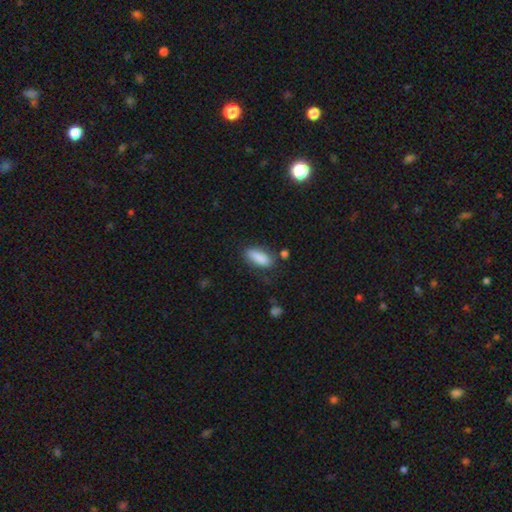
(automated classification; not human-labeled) Smooth or featured?
  - smooth: 86% *
  - star or artifact: 8%
  - featured or disk: 6%
How rounded?
  - in between: 66% *
  - cigar-shaped: 32%
  - round: 2%
Merging?
  - none: 74% *
  - minor disturbance: 17%
  - major disturbance: 5%
  - merger: 4%